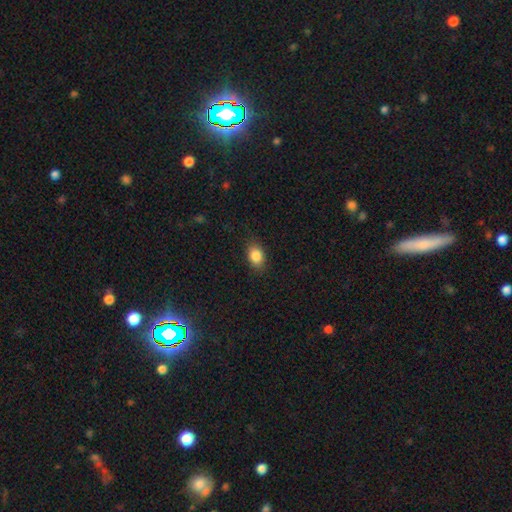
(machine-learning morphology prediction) Smooth or featured? smooth (86%)
How rounded? in between (76%)
Merging? none (84%)